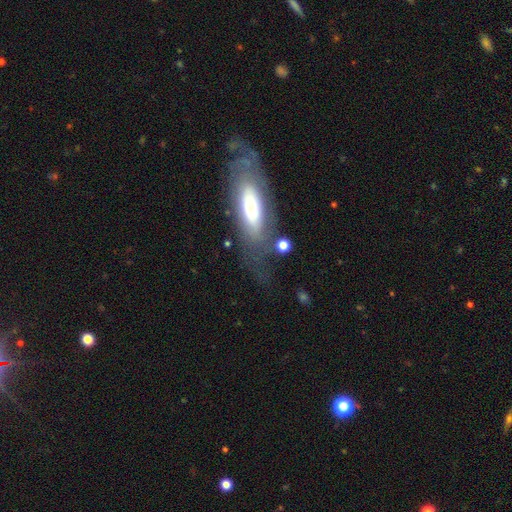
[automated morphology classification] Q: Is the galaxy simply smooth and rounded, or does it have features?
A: featured or disk — 60%.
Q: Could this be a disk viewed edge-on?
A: no — 73%.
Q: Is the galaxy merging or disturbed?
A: none — 67%.